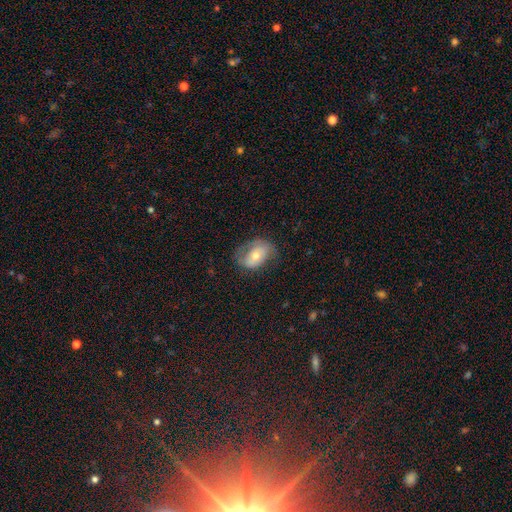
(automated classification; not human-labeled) A smooth galaxy with no disk features (50%) that is in between round and cigar-shaped (79%). Merging: none (59%).